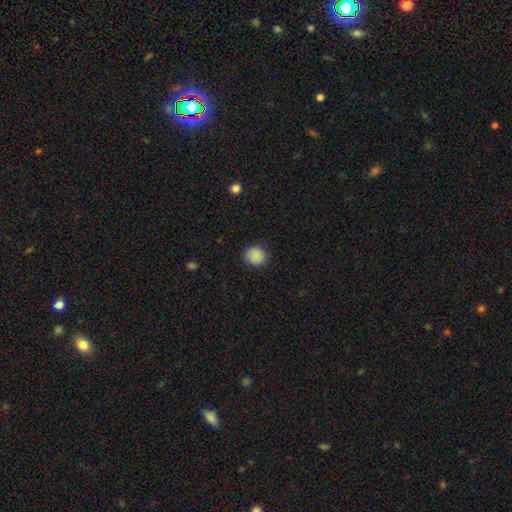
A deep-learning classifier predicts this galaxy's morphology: Q: Smooth or featured?
A: smooth (88%); runner-up: star or artifact (9%)
Q: How rounded?
A: round (87%); runner-up: in between (12%)
Q: Merging?
A: none (87%); runner-up: minor disturbance (9%)